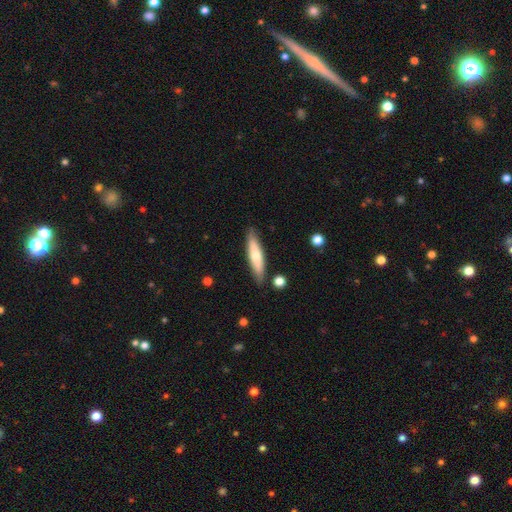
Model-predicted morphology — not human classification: This is likely a smooth galaxy (61%). How rounded: clearly cigar-shaped (81%). Merging: clearly none (85%).